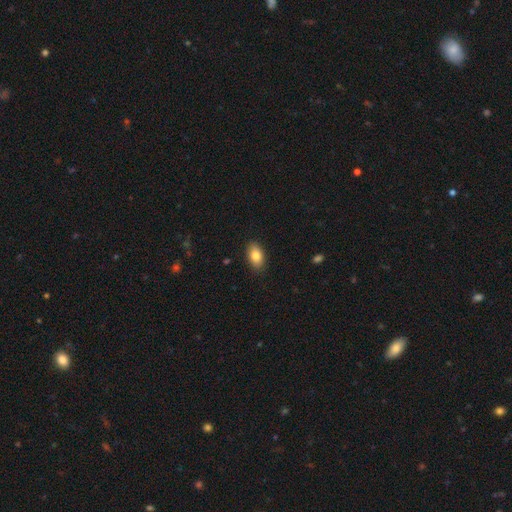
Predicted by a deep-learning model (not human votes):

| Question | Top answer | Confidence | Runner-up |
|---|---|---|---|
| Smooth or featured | smooth | 83% | featured or disk (9%) |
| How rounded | in between | 91% | round (7%) |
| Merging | none | 88% | minor disturbance (9%) |